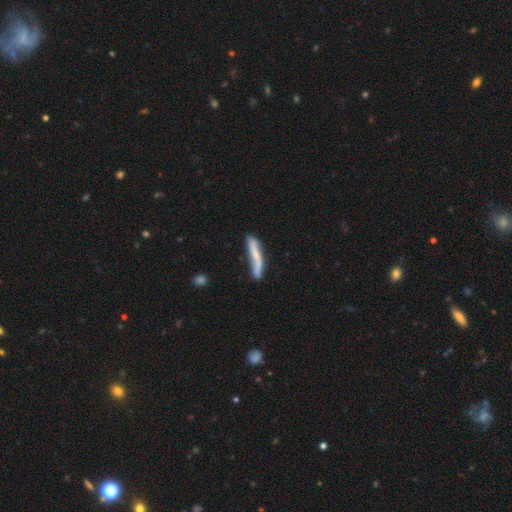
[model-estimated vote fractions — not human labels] Overall: smooth (55%; featured or disk 39%). How rounded: cigar-shaped (89%). Merging: none (54%; minor disturbance 28%).